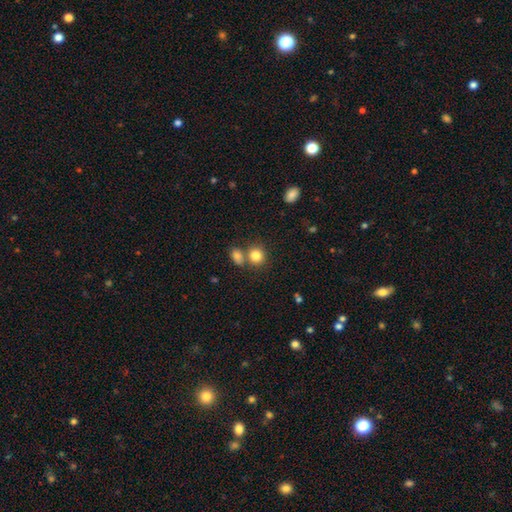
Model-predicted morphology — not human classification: smooth 83%, star or artifact 10%, featured or disk 7%. Down the decision tree: how rounded — round (78%); merging — none (57%).